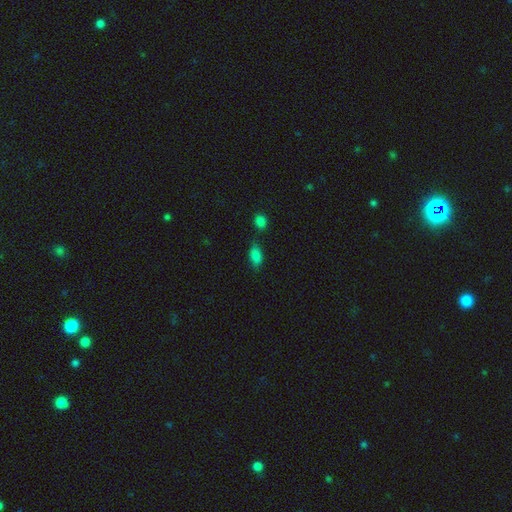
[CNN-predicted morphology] This is clearly a smooth galaxy (84%). How rounded: clearly in between (90%). Merging: likely none (64%).